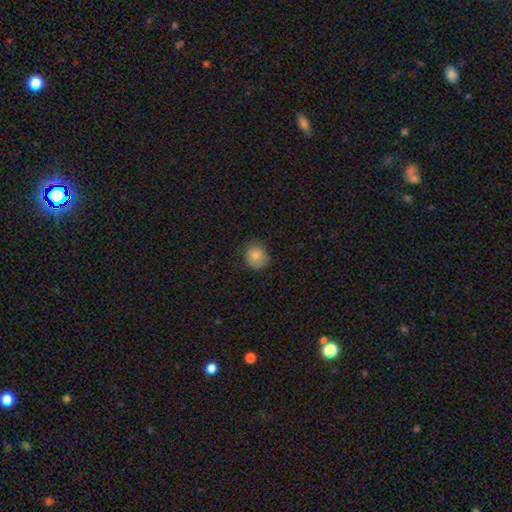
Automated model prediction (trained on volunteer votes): smooth 83%, star or artifact 9%, featured or disk 8%. Down the decision tree: how rounded — round (76%); merging — none (74%).